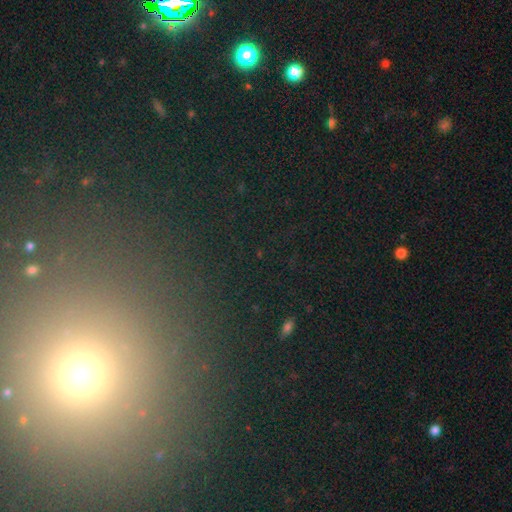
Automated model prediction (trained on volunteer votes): Smooth or featured: star or artifact — 54% (smooth — 35%)